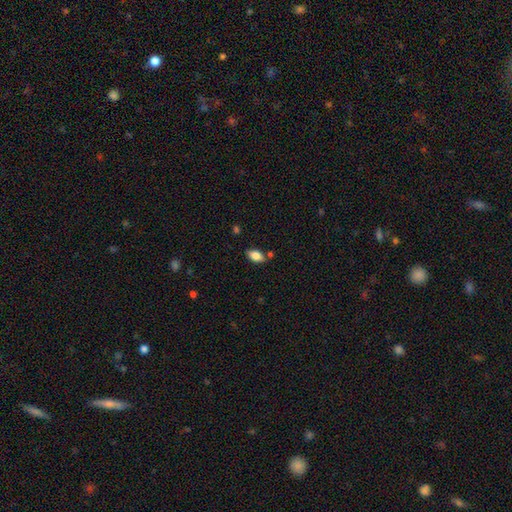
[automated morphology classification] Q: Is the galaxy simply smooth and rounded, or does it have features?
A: smooth — 84%.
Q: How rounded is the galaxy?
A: in between — 92%.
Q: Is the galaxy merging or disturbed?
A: none — 78%.